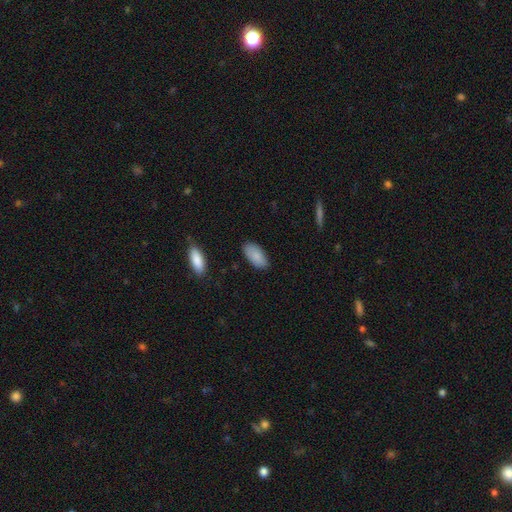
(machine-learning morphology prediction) smooth-or-featured: smooth: 87% | featured or disk: 7% | star or artifact: 6%
  how-rounded: in between: 93% | cigar-shaped: 5% | round: 2%
  merging: none: 83% | minor disturbance: 13% | major disturbance: 2% | merger: 2%